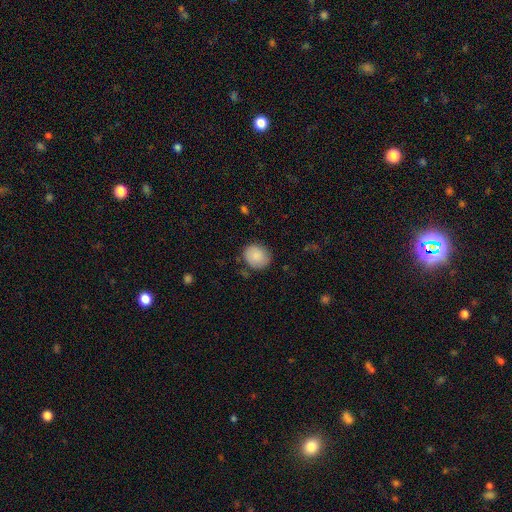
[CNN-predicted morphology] The model was most divided on "how rounded": round: 70%, in between: 29%, cigar-shaped: 1%. More confident: smooth or featured — smooth (86%); merging — none (79%).